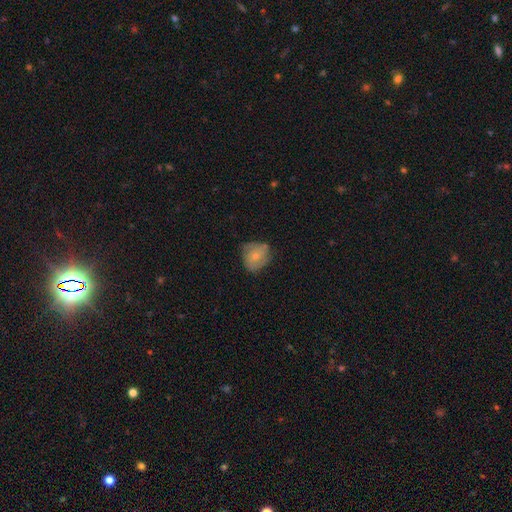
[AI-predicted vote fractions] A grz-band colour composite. It shows a smooth galaxy with no disk features (64%) that is round (72%). Merging: none (56%).